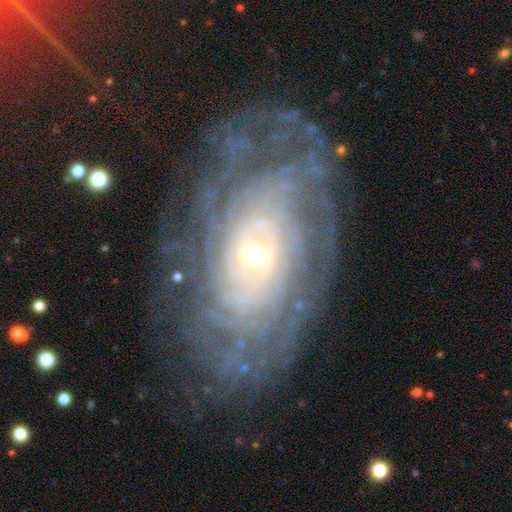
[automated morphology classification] Smooth or featured? featured or disk (85%)
Edge-on disk? no (95%)
Bar? no (59%)
Spiral arms? yes (93%)
Spiral winding? tight (80%)
Spiral arm count? can't tell (45%)
Bulge size? small (55%)
Merging? none (75%)